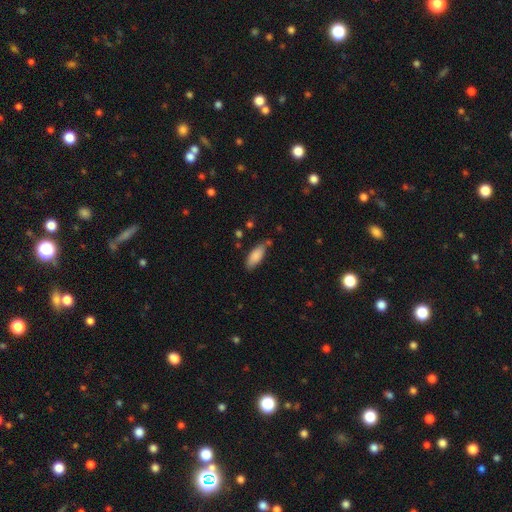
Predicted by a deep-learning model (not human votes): Smooth or featured? smooth (86%)
How rounded? in between (78%)
Merging? none (77%)